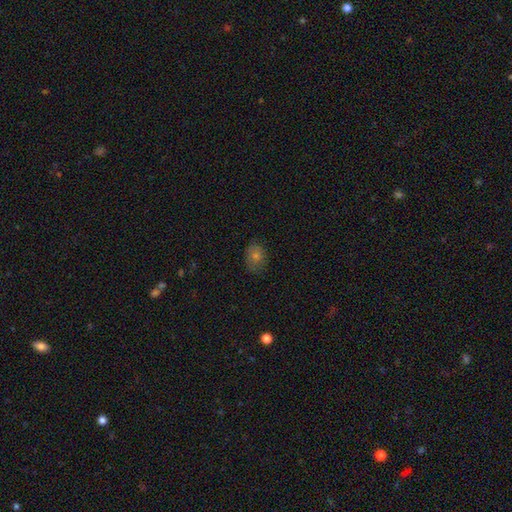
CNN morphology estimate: Smooth or featured? smooth (65%)
How rounded? in between (59%)
Merging? none (76%)